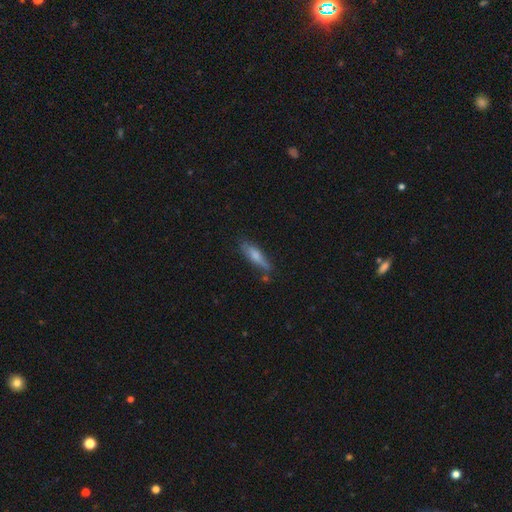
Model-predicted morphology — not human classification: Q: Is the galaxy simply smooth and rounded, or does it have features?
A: smooth — 67%.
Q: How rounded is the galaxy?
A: cigar-shaped — 70%.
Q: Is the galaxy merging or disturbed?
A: none — 69%.